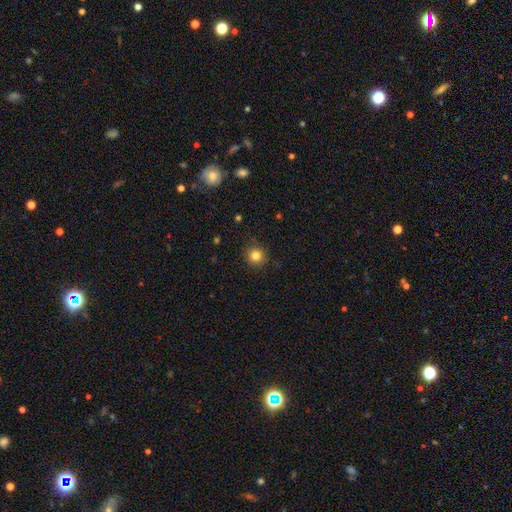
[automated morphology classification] A smooth galaxy with no disk features (82%) that is round (93%).

Vote fractions:
- Smooth or featured? smooth: 82% / star or artifact: 12% / featured or disk: 5%
- How rounded? round: 93% / in between: 6% / cigar-shaped: 1%
- Merging? none: 89% / minor disturbance: 7% / major disturbance: 2% / merger: 1%